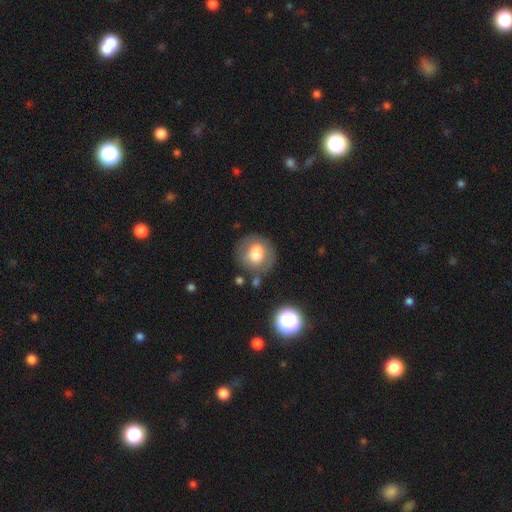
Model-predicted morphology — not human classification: Smooth or featured? Predicted: smooth (p=0.65). How rounded? Predicted: round (p=0.77). Merging? Predicted: none (p=0.59).